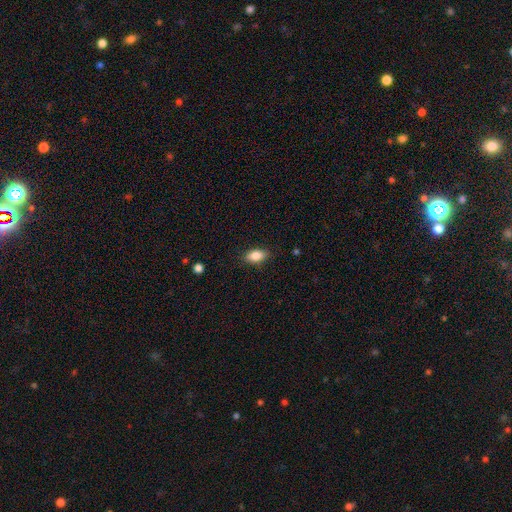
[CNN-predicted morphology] This is clearly a smooth galaxy (85%). How rounded: clearly in between (89%). Merging: clearly none (85%).